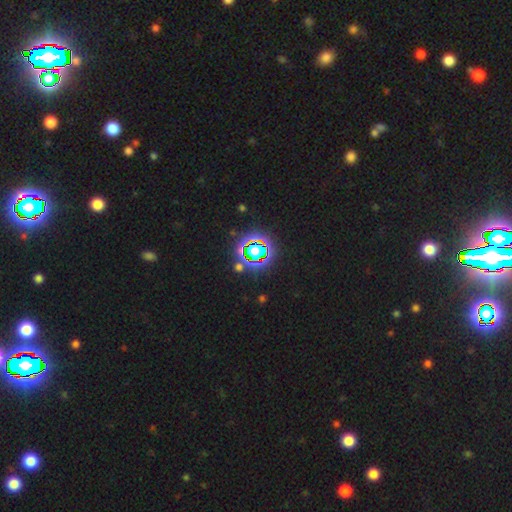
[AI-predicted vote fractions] A star or artifact, not a galaxy (67%).

Vote fractions:
- Smooth or featured? star or artifact: 67% / smooth: 21% / featured or disk: 12%